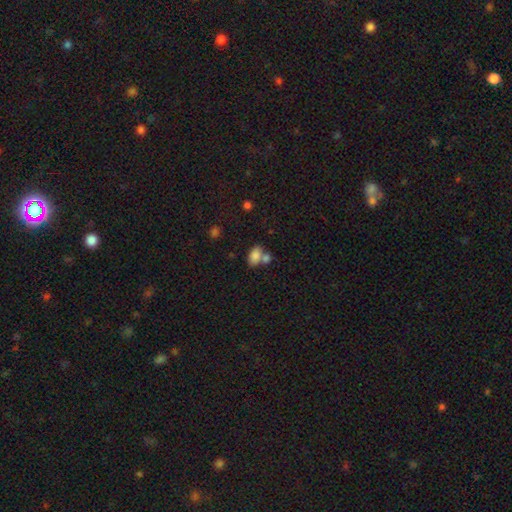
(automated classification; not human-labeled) The model was most divided on "merging": merger: 43%, none: 41%, minor disturbance: 12%, major disturbance: 5%. More confident: how rounded — in between (88%); smooth or featured — smooth (83%).